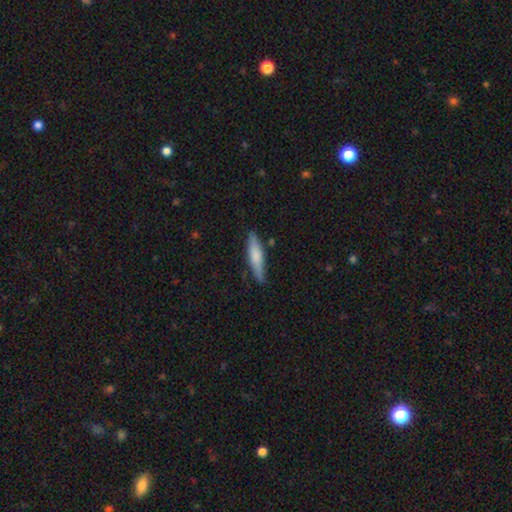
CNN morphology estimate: smooth-or-featured: smooth: 67% | featured or disk: 27% | star or artifact: 6%
  how-rounded: cigar-shaped: 78% | in between: 21% | round: 2%
  merging: none: 80% | minor disturbance: 15% | major disturbance: 3% | merger: 2%